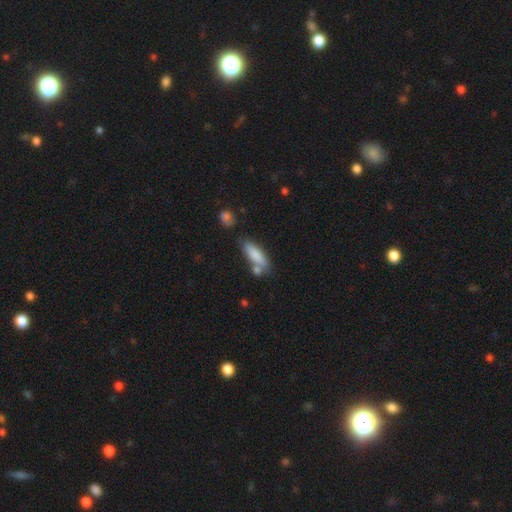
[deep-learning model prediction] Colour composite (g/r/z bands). It shows a smooth galaxy with no disk features (82%) that is in between round and cigar-shaped (52%). Merging: none (59%).